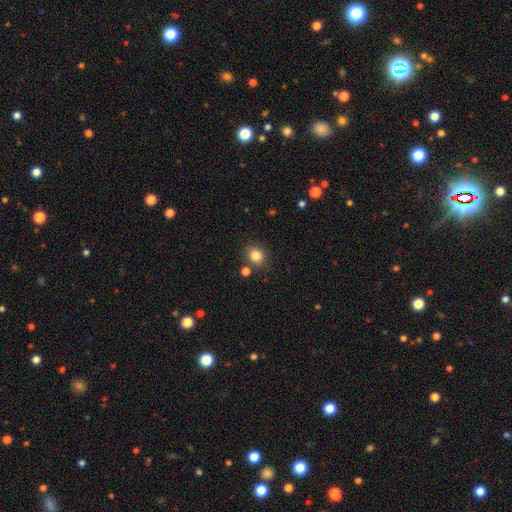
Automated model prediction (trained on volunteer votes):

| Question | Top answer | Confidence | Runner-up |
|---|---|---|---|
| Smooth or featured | smooth | 83% | star or artifact (11%) |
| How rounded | round | 69% | in between (30%) |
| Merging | none | 79% | minor disturbance (10%) |